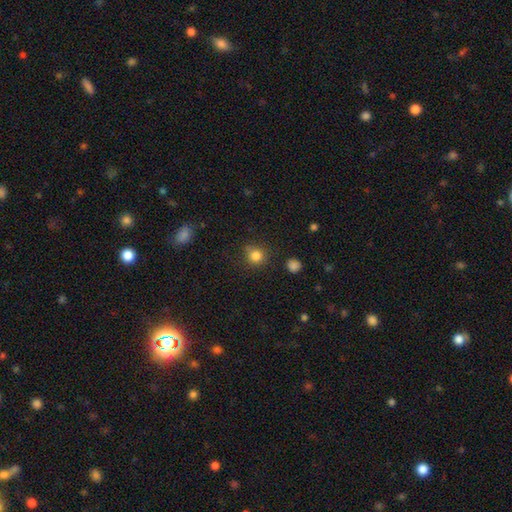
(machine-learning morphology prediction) This appears to be a smooth galaxy with no disk features (82%) that is round (90%). Merging: none (81%).